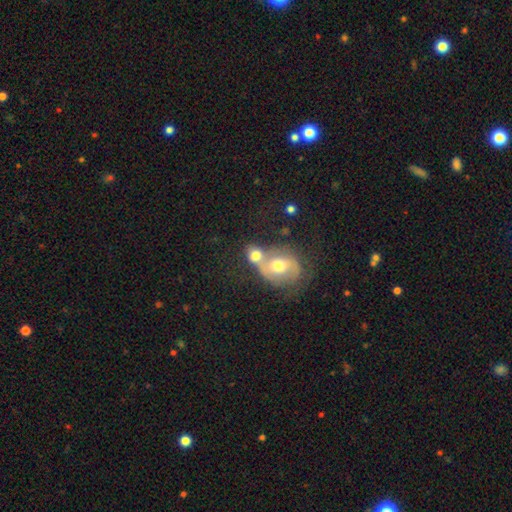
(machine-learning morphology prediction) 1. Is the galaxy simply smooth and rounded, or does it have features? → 60% smooth, 31% featured or disk, 9% star or artifact.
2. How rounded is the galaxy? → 58% round, 40% in between, 2% cigar-shaped.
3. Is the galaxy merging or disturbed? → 60% merger, 24% none, 9% minor disturbance, 7% major disturbance.